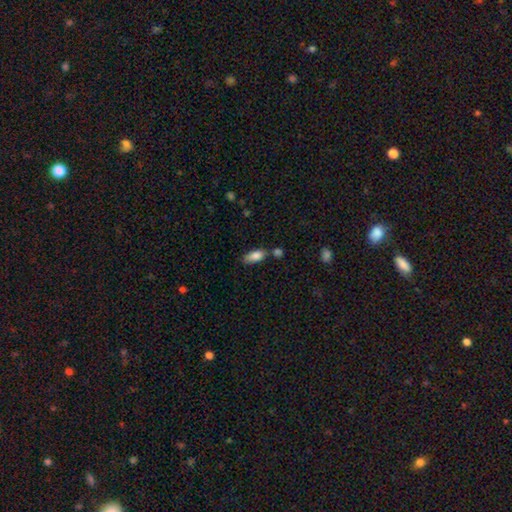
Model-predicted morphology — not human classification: smooth_or_featured: smooth (p=0.84) [alt: featured or disk p=0.08]
how_rounded: in between (p=0.83) [alt: cigar-shaped p=0.14]
merging: none (p=0.60) [alt: minor disturbance p=0.19]